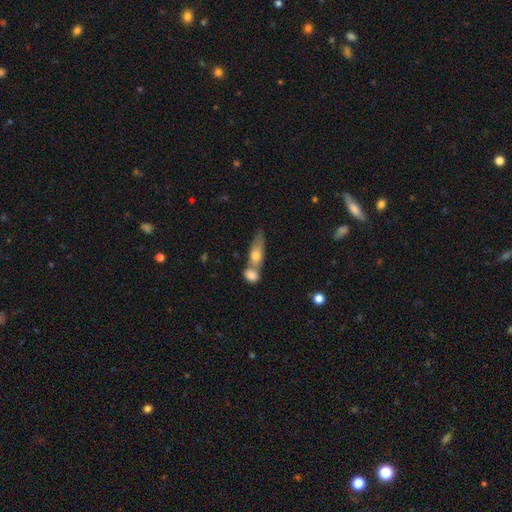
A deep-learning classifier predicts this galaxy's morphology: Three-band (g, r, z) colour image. It shows a smooth galaxy with no disk features (54%) that is cigar-shaped (48%). Merging: merger (44%).